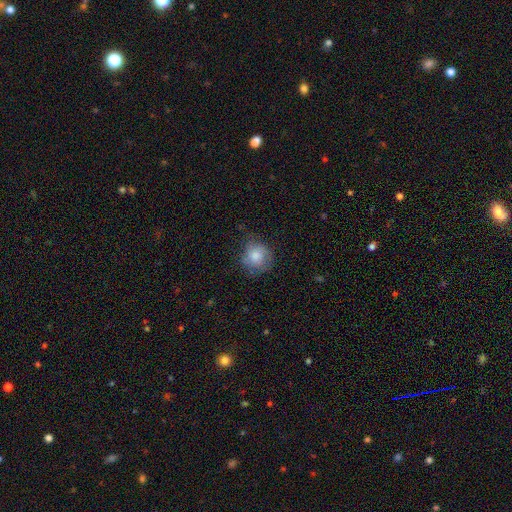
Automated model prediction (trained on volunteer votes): This is likely a smooth galaxy (77%). How rounded: clearly round (83%). Merging: likely none (63%).